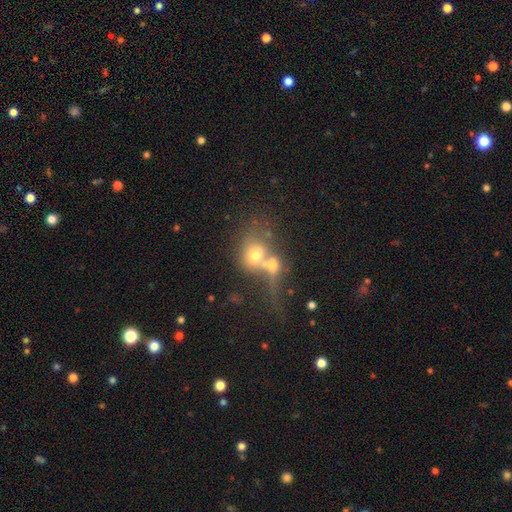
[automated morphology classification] Smooth or featured: smooth — 59% (featured or disk — 29%)
How rounded: round — 53% (in between — 44%)
Merging: merger — 70% (none — 13%)